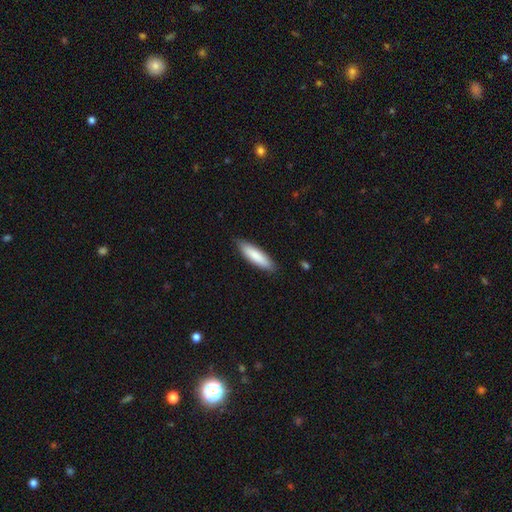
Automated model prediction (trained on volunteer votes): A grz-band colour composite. It shows a smooth galaxy with no disk features (84%) that is cigar-shaped (70%). Merging: none (86%).